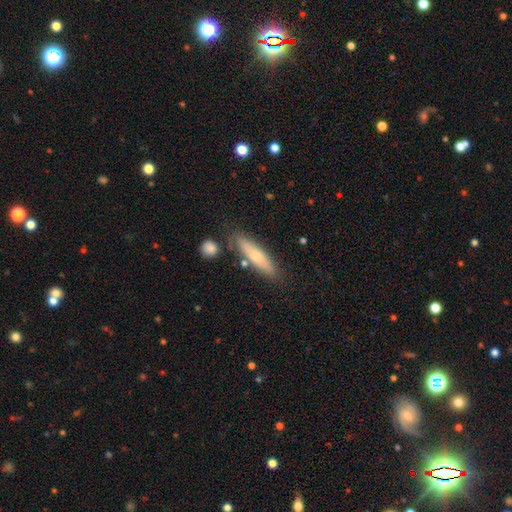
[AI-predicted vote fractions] Smooth or featured? Predicted: smooth (p=0.65). How rounded? Predicted: cigar-shaped (p=0.73). Merging? Predicted: none (p=0.76).